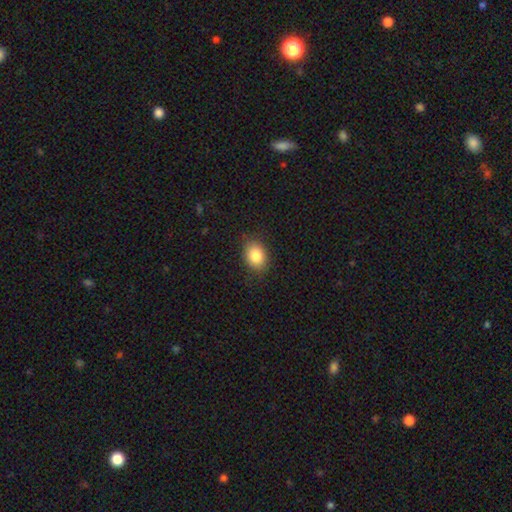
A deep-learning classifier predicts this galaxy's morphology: A smooth galaxy with no disk features (84%) that is in between round and cigar-shaped (62%). Merging: none (85%).